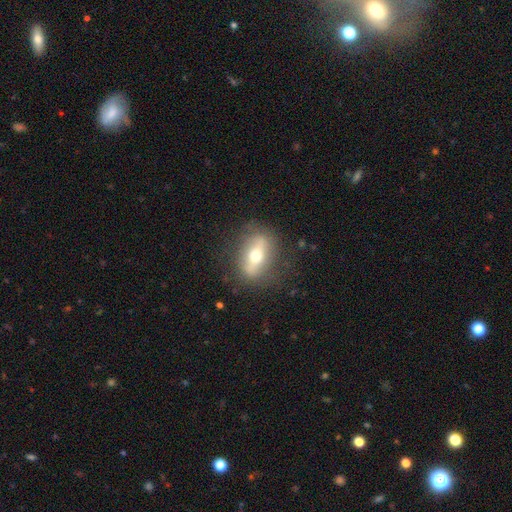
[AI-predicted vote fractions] The model was most divided on "smooth or featured": featured or disk: 52%, smooth: 40%, star or artifact: 8%. More confident: merging — none (80%); edge-on disk — no (58%).